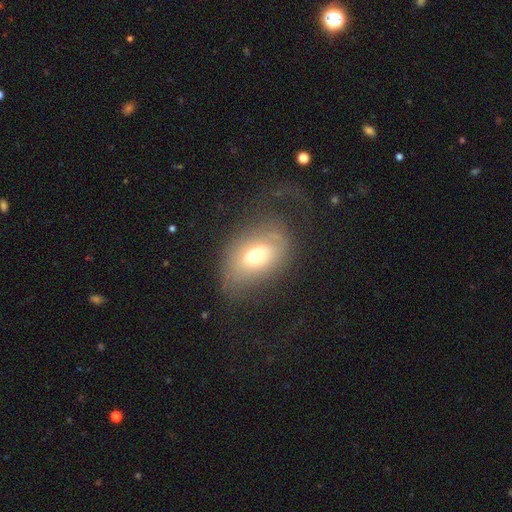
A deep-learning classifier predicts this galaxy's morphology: Smooth or featured? smooth (52%)
How rounded? in between (84%)
Merging? major disturbance (38%)